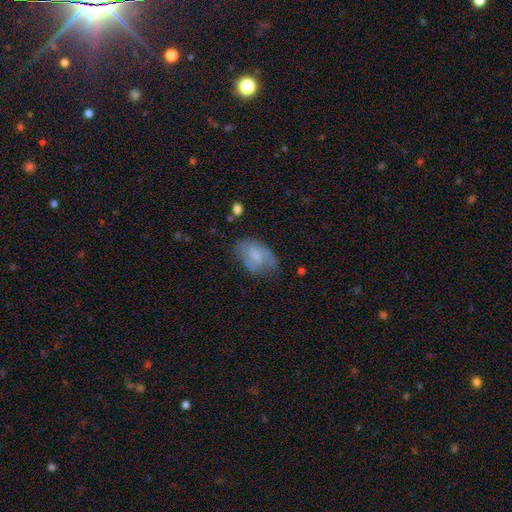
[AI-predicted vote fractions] This appears to be a smooth galaxy with no disk features (57%) that is in between round and cigar-shaped (88%). Merging: none (56%).